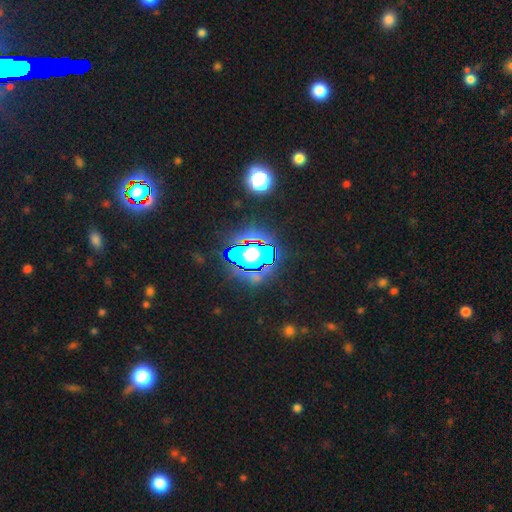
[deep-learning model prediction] This is likely a star or artifact rather than a galaxy (78%).